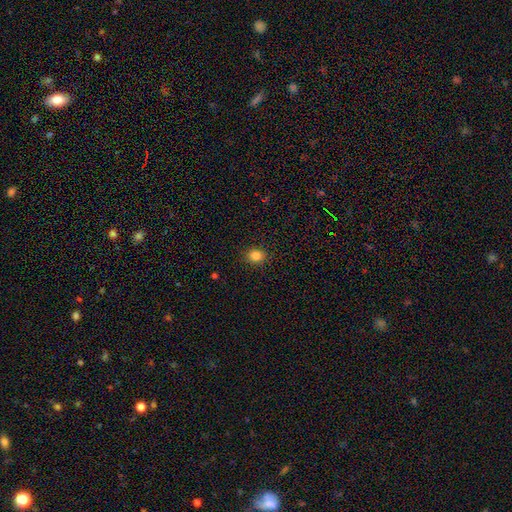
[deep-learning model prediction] smooth_or_featured: smooth (p=0.84) [alt: star or artifact p=0.12]
how_rounded: round (p=0.74) [alt: in between p=0.25]
merging: none (p=0.90) [alt: minor disturbance p=0.07]